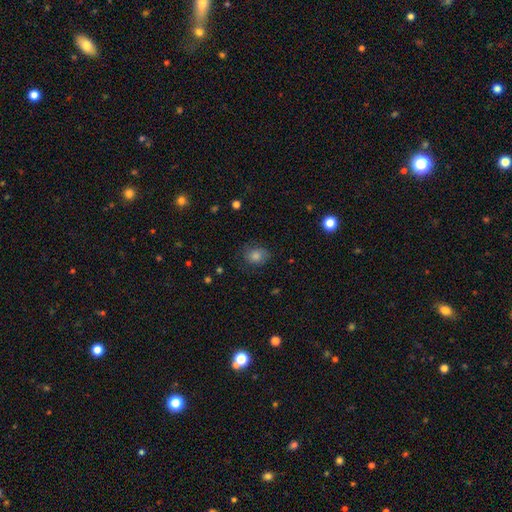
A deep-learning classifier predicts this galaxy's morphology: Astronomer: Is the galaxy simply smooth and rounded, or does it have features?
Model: smooth — 70%.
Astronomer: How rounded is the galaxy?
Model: round — 61% (runner-up: in between, 38%).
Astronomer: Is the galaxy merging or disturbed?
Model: none — 74%.